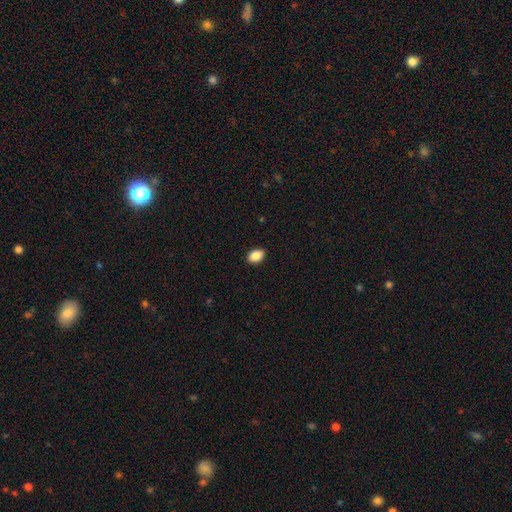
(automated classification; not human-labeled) Smooth or featured?
  - smooth: 89% *
  - star or artifact: 8%
  - featured or disk: 3%
How rounded?
  - in between: 85% *
  - round: 13%
  - cigar-shaped: 1%
Merging?
  - none: 90% *
  - minor disturbance: 8%
  - major disturbance: 2%
  - merger: 1%